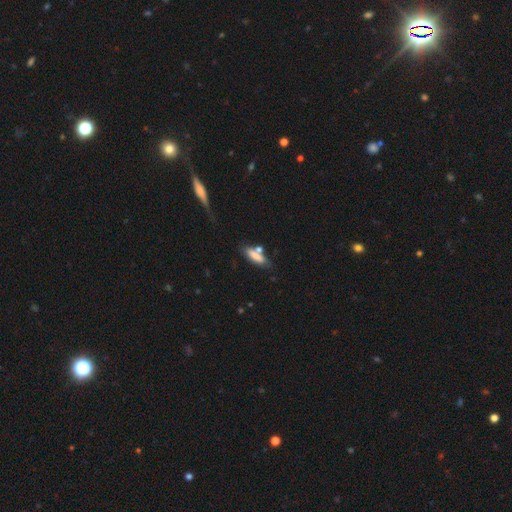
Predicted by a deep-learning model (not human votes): Overall: smooth (75%). How rounded: cigar-shaped (57%; in between 40%). Merging: none (59%).